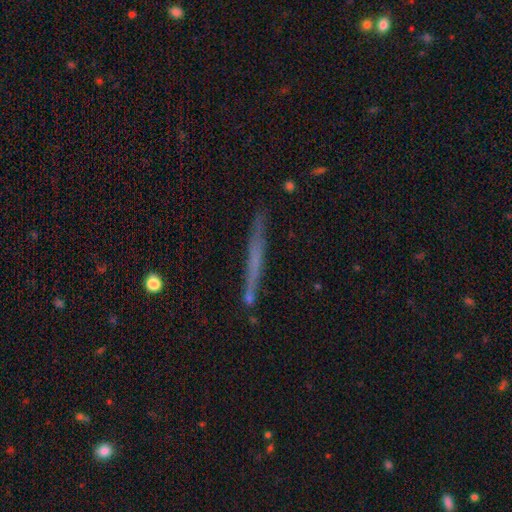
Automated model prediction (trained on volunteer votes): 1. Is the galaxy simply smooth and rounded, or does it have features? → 47% featured or disk, 45% smooth, 8% star or artifact.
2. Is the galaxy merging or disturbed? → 82% none, 12% minor disturbance, 4% merger, 3% major disturbance.